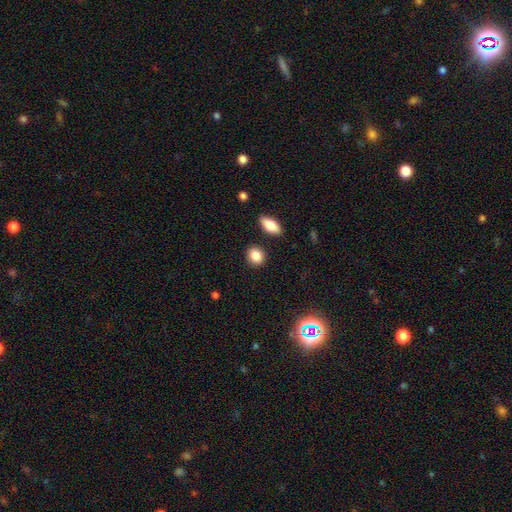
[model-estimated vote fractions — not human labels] Smooth or featured?
  - smooth: 86% *
  - star or artifact: 8%
  - featured or disk: 6%
How rounded?
  - round: 64% *
  - in between: 34%
  - cigar-shaped: 2%
Merging?
  - none: 87% *
  - minor disturbance: 7%
  - merger: 3%
  - major disturbance: 2%